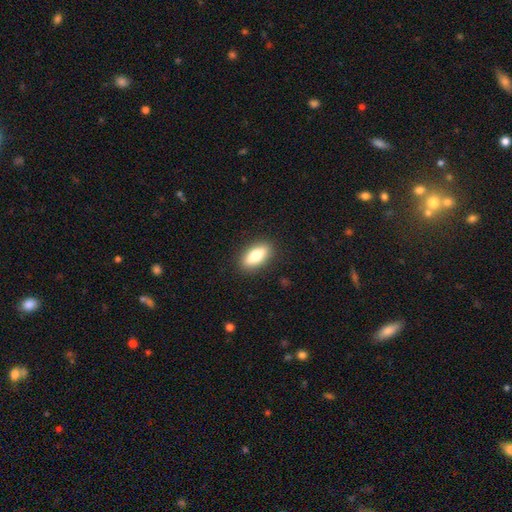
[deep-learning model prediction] Q: Smooth or featured?
A: smooth (75%); runner-up: featured or disk (18%)
Q: How rounded?
A: in between (79%); runner-up: cigar-shaped (18%)
Q: Merging?
A: none (89%); runner-up: minor disturbance (8%)